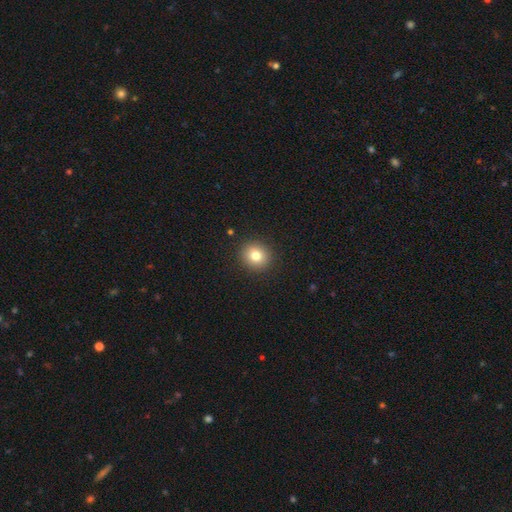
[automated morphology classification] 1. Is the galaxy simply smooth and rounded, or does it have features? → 80% smooth, 11% star or artifact, 9% featured or disk.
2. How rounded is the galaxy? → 88% round, 11% in between, 1% cigar-shaped.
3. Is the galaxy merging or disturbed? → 91% none, 6% minor disturbance, 2% major disturbance, 1% merger.